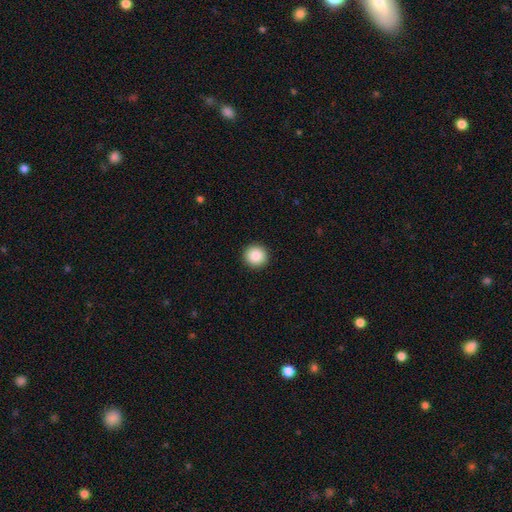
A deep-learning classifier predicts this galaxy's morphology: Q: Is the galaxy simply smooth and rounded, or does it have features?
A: smooth — 88%.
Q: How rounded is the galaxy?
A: round — 95%.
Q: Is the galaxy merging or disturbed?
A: none — 93%.